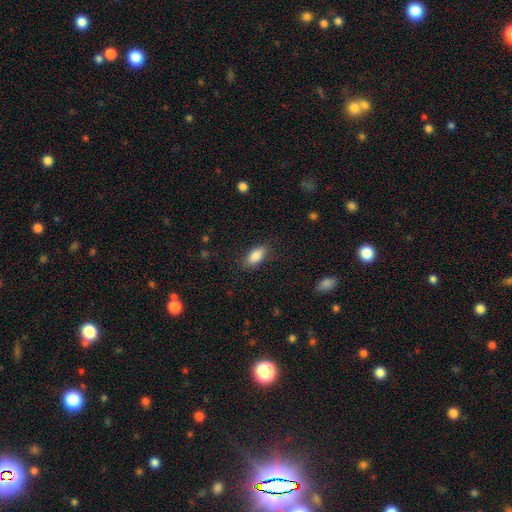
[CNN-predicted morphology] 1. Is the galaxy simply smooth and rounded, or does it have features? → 86% smooth, 7% star or artifact, 7% featured or disk.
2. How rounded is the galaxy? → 86% in between, 10% cigar-shaped, 3% round.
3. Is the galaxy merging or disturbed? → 84% none, 11% minor disturbance, 3% major disturbance, 1% merger.